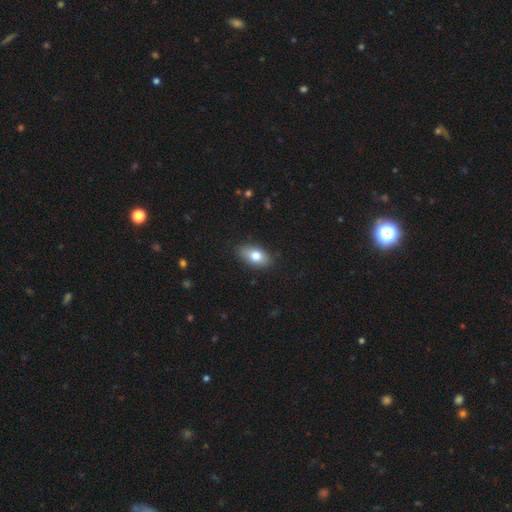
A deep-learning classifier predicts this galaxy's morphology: type=smooth (78%); roundness=in between (90%); merging=none (86%).